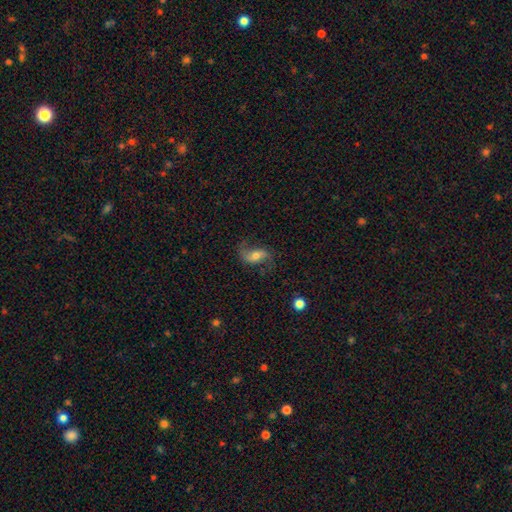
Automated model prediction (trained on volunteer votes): Q: Smooth or featured?
A: featured or disk (74%); runner-up: smooth (17%)
Q: Edge-on disk?
A: no (95%); runner-up: yes (5%)
Q: Bar?
A: no (40%); runner-up: weak (37%)
Q: Spiral arms?
A: yes (93%); runner-up: no (7%)
Q: Spiral winding?
A: loose (72%); runner-up: medium (22%)
Q: Spiral arm count?
A: 2 (91%); runner-up: 1 (3%)
Q: Bulge size?
A: moderate (56%); runner-up: small (35%)
Q: Merging?
A: none (71%); runner-up: minor disturbance (17%)